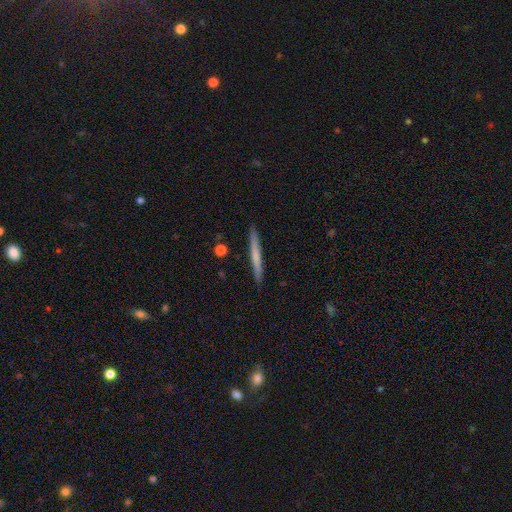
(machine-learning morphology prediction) Overall: smooth (61%; featured or disk 34%). How rounded: cigar-shaped (97%). Merging: none (91%).